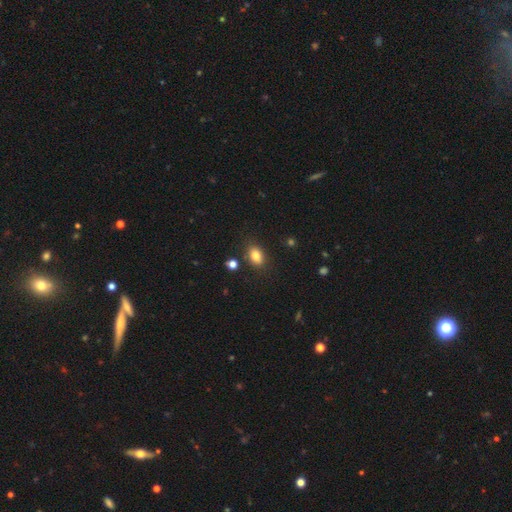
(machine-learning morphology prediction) smooth 82%, star or artifact 10%, featured or disk 8%. Down the decision tree: how rounded — in between (77%); merging — none (80%).